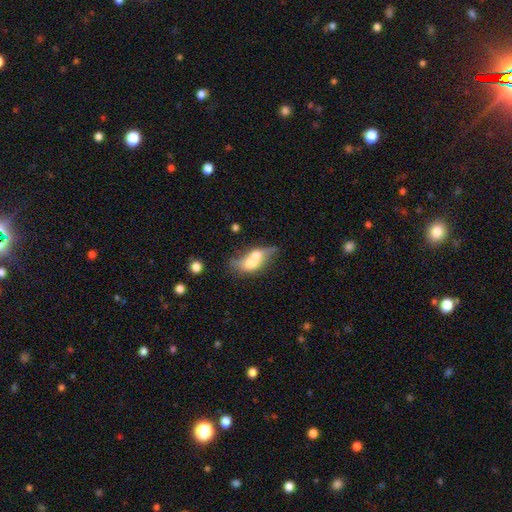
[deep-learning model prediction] Smooth or featured: smooth — 56% (featured or disk — 35%)
How rounded: in between — 70% (round — 17%)
Merging: merger — 67% (none — 16%)